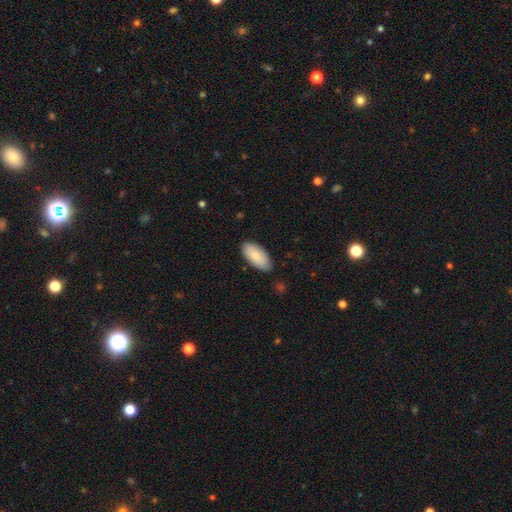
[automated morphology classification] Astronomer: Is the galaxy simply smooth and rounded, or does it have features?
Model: smooth — 82%.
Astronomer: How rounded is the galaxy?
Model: in between — 94%.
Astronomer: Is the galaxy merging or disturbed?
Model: none — 82%.